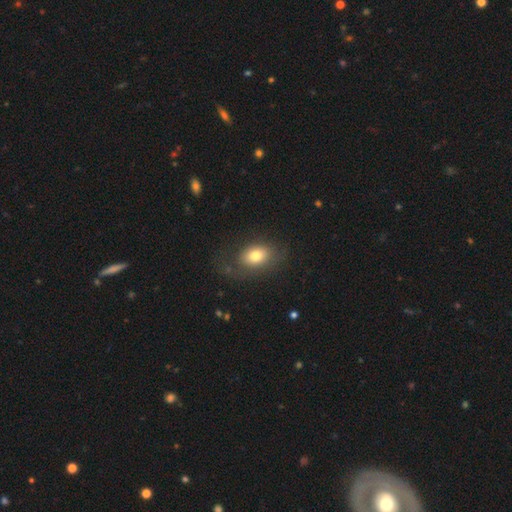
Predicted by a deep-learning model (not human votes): Smooth or featured: smooth — 75% (featured or disk — 16%)
How rounded: in between — 79% (round — 19%)
Merging: none — 65% (minor disturbance — 19%)